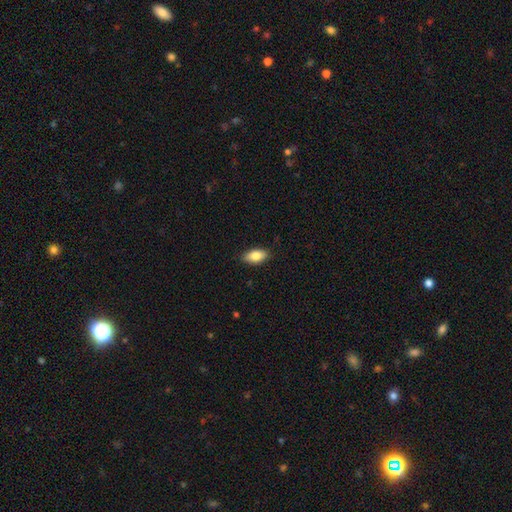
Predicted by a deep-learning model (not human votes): Smooth or featured? Predicted: smooth (p=0.83). How rounded? Predicted: in between (p=0.91). Merging? Predicted: none (p=0.87).